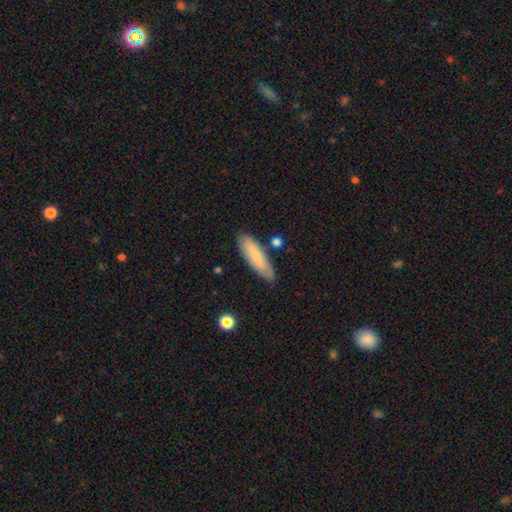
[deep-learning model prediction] smooth-or-featured: smooth: 73% | featured or disk: 21% | star or artifact: 6%
  how-rounded: cigar-shaped: 57% | in between: 41% | round: 2%
  merging: none: 79% | minor disturbance: 14% | merger: 4% | major disturbance: 2%